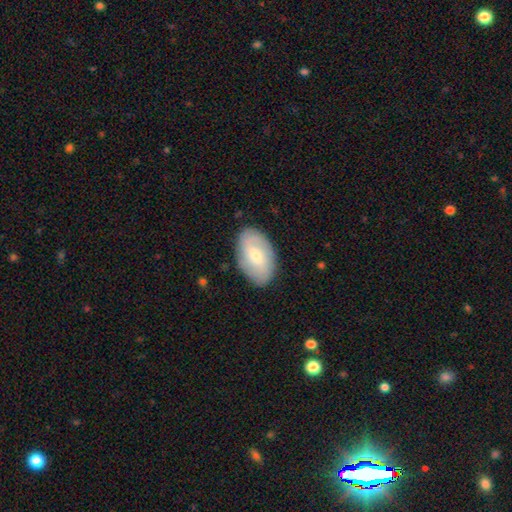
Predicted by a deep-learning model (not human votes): A smooth galaxy with no disk features (47%, tied with featured or disk). Merging: none (85%).